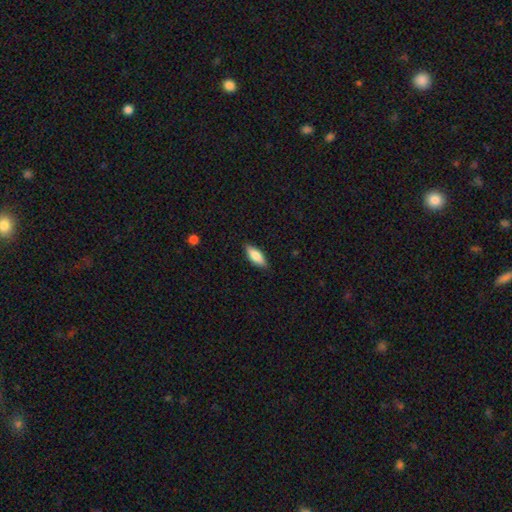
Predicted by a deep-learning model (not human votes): A smooth galaxy with no disk features (79%) that is in between round and cigar-shaped (69%). Merging: none (87%).